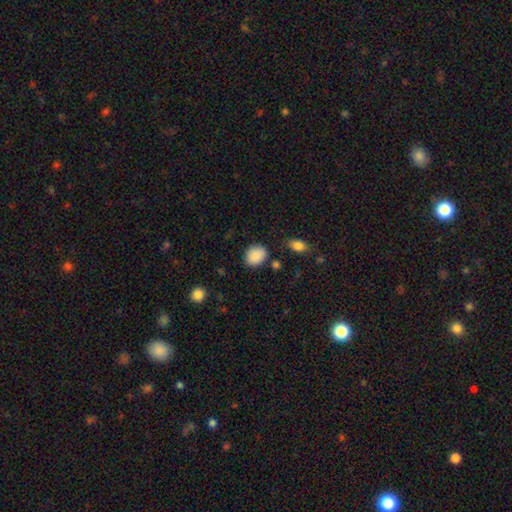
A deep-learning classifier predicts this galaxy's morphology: Smooth or featured? Predicted: smooth (p=0.89). How rounded? Predicted: in between (p=0.50). Merging? Predicted: none (p=0.81).